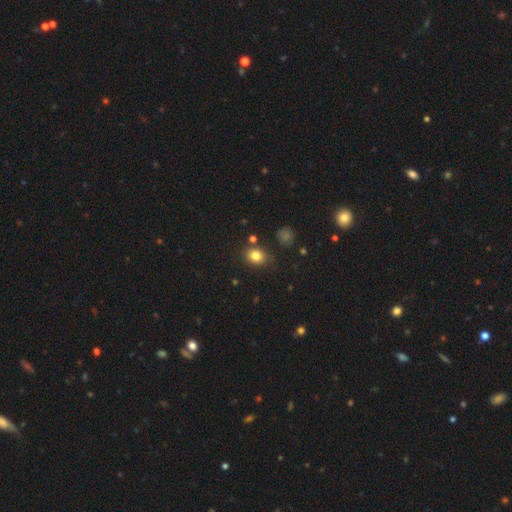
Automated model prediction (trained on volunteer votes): smooth-or-featured: smooth: 81% | star or artifact: 12% | featured or disk: 7%
  how-rounded: round: 57% | in between: 42% | cigar-shaped: 1%
  merging: none: 78% | minor disturbance: 14% | merger: 4% | major disturbance: 3%